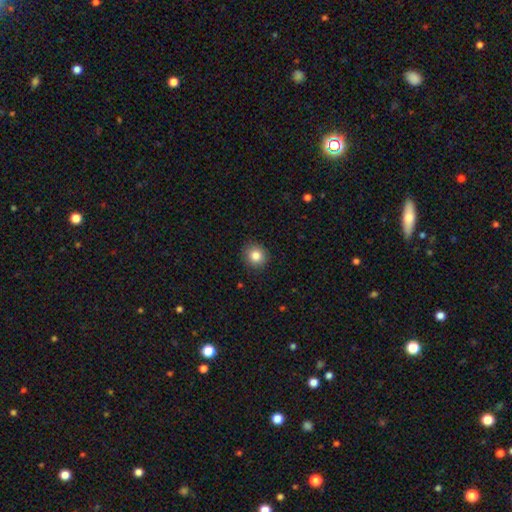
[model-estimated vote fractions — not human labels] smooth 85%, star or artifact 10%, featured or disk 6%. Down the decision tree: how rounded — round (87%); merging — none (90%).